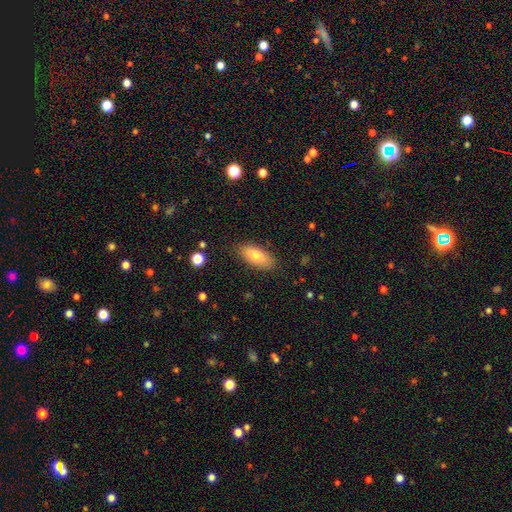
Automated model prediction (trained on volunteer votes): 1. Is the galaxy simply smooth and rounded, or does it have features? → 77% smooth, 16% featured or disk, 7% star or artifact.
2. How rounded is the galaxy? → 85% in between, 12% cigar-shaped, 3% round.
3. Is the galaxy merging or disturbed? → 84% none, 12% minor disturbance, 3% major disturbance, 1% merger.